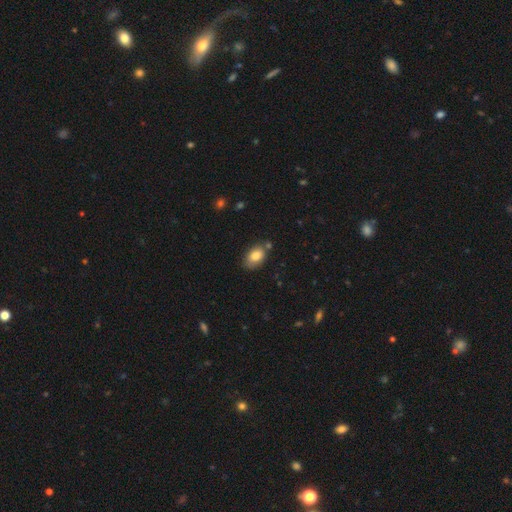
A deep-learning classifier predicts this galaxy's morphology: A smooth galaxy with no disk features (83%) that is in between round and cigar-shaped (89%).

Vote fractions:
- Smooth or featured? smooth: 83% / featured or disk: 9% / star or artifact: 8%
- How rounded? in between: 89% / round: 9% / cigar-shaped: 1%
- Merging? none: 67% / minor disturbance: 21% / merger: 7% / major disturbance: 4%